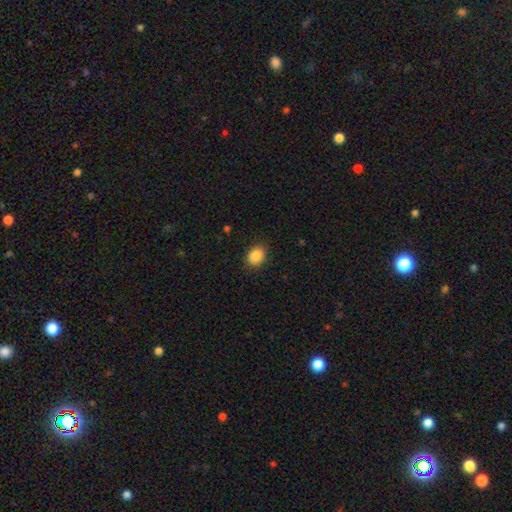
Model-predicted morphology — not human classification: Smooth or featured? Predicted: smooth (p=0.89). How rounded? Predicted: in between (p=0.66). Merging? Predicted: none (p=0.88).